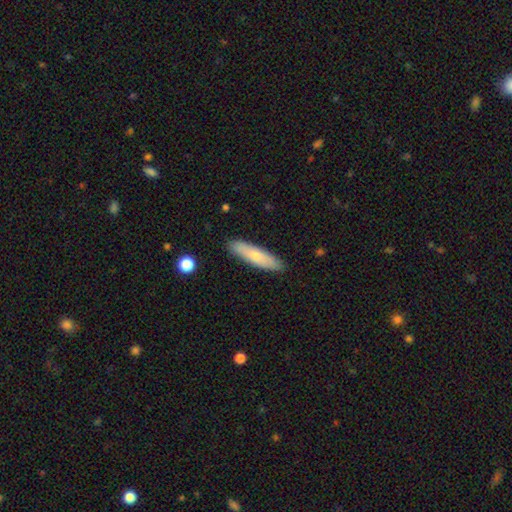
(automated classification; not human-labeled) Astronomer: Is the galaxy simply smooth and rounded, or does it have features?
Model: smooth — 68%.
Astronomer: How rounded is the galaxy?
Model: cigar-shaped — 75%.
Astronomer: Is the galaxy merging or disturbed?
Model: none — 88%.